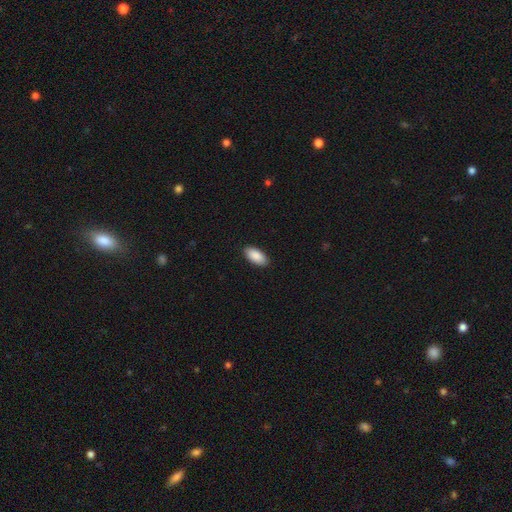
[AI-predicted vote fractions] Morphology: type=smooth (90%); roundness=in between (93%); merging=none (90%).